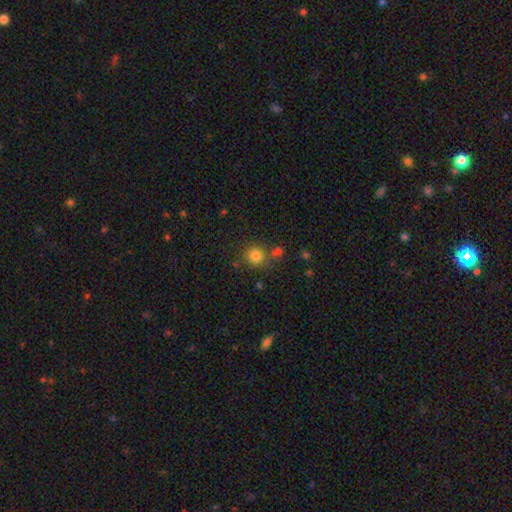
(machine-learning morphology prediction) smooth_or_featured: smooth (p=0.79) [alt: star or artifact p=0.14]
how_rounded: round (p=0.89) [alt: in between p=0.10]
merging: none (p=0.74) [alt: merger p=0.12]